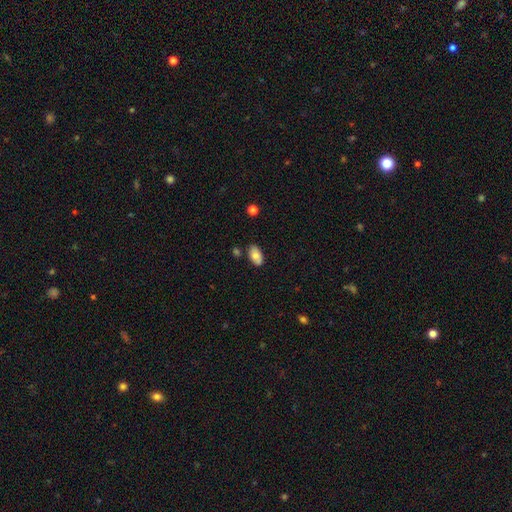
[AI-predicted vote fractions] This appears to be a smooth galaxy with no disk features (76%) that is in between round and cigar-shaped (94%). Merging: none (78%).